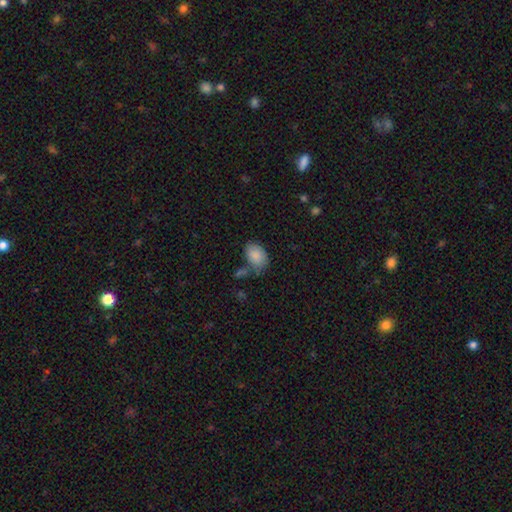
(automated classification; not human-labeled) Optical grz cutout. It shows a smooth galaxy with no disk features (86%) that is in between round and cigar-shaped (86%). Merging: none (59%).